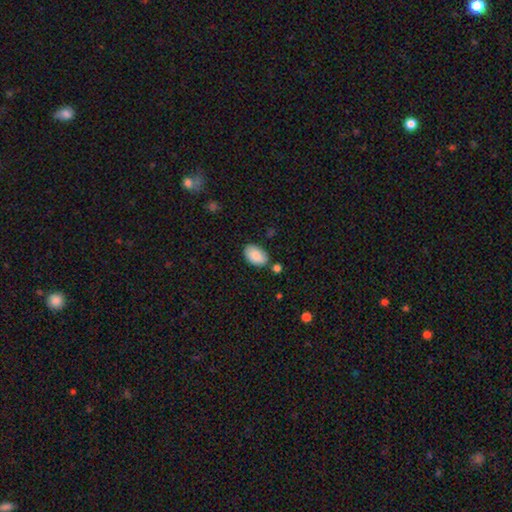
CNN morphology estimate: Smooth or featured? Predicted: smooth (p=0.87). How rounded? Predicted: in between (p=0.93). Merging? Predicted: none (p=0.78).